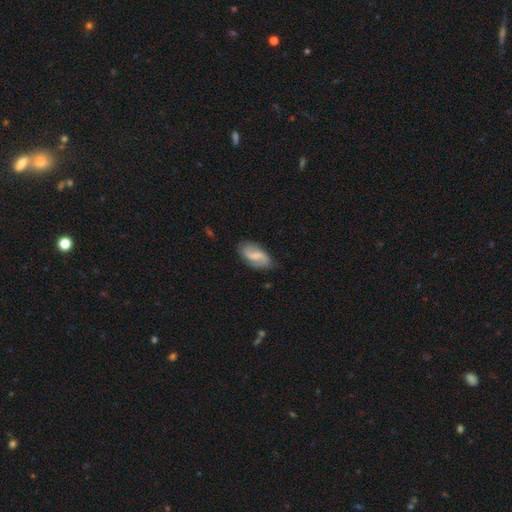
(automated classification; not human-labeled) Smooth or featured?
  - featured or disk: 61% *
  - smooth: 32%
  - star or artifact: 7%
Edge-on disk?
  - no: 96% *
  - yes: 4%
Bar?
  - weak: 52% *
  - no: 24%
  - strong: 24%
Spiral arms?
  - yes: 90% *
  - no: 10%
Spiral winding?
  - loose: 58% *
  - medium: 31%
  - tight: 11%
Spiral arm count?
  - 2: 87% *
  - can't tell: 6%
  - 1: 4%
  - 3: 1%
  - 4: 1%
  - more than 4: 1%
Bulge size?
  - none: 42% *
  - small: 32%
  - moderate: 20%
  - large: 4%
  - dominant: 1%
Merging?
  - none: 77% *
  - minor disturbance: 17%
  - major disturbance: 5%
  - merger: 2%